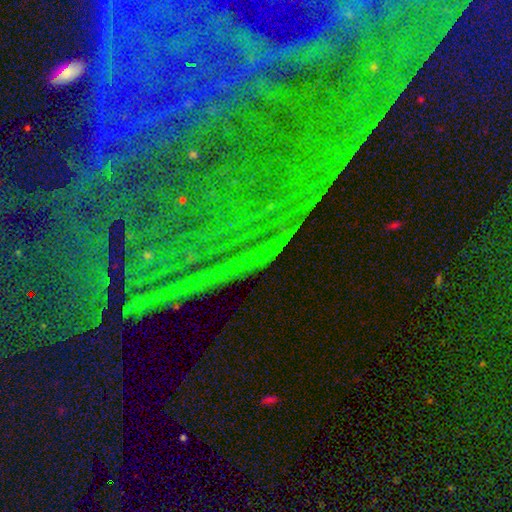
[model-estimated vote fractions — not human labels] Q: Smooth or featured?
A: star or artifact (80%); runner-up: featured or disk (12%)